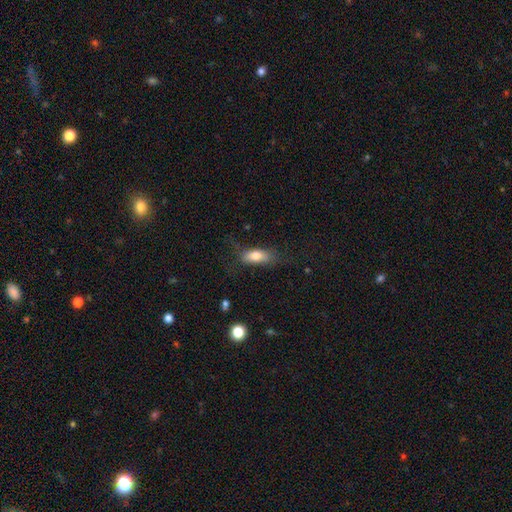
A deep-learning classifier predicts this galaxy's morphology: Smooth or featured? smooth (76%)
How rounded? in between (78%)
Merging? none (61%)